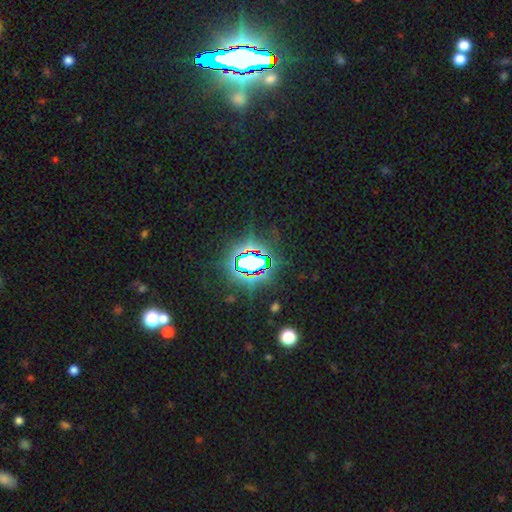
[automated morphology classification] type=star or artifact (83%).